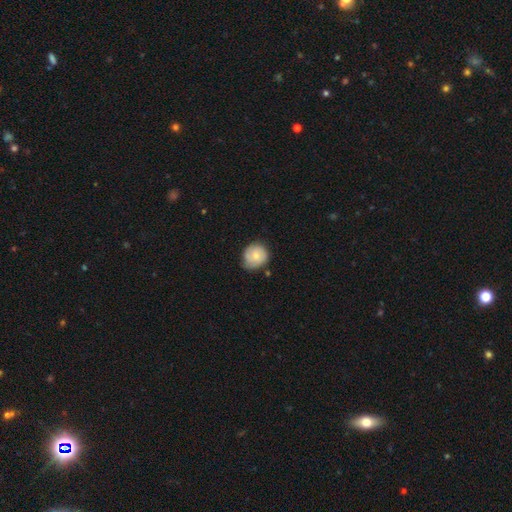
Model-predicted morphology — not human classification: type=smooth (68%); roundness=round (83%); merging=none (64%).